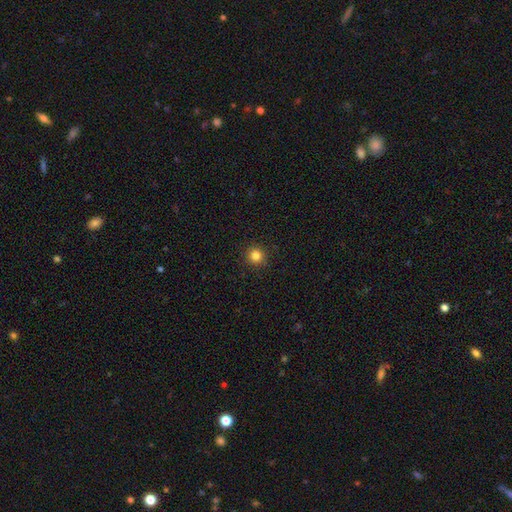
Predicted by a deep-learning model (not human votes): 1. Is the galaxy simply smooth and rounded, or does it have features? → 83% smooth, 12% star or artifact, 4% featured or disk.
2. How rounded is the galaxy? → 94% round, 5% in between, 1% cigar-shaped.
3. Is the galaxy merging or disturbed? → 92% none, 5% minor disturbance, 2% major disturbance, 1% merger.